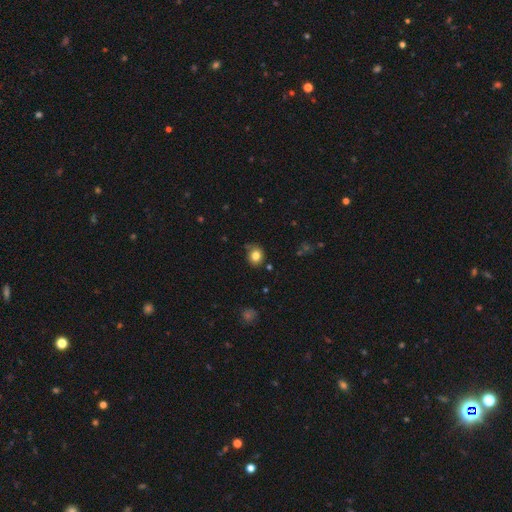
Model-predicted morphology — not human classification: type=smooth (81%); roundness=round (75%); merging=none (77%).